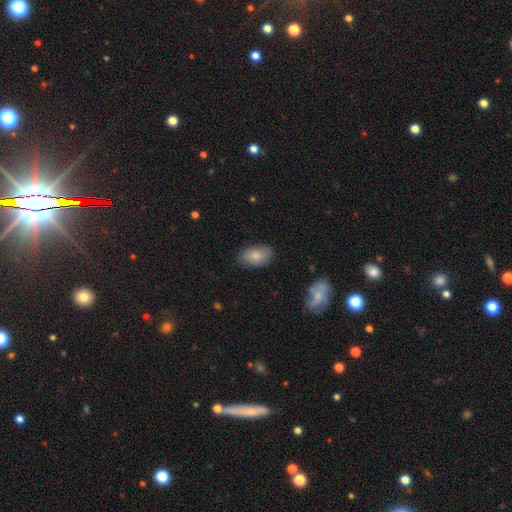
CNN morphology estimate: Smooth or featured? Predicted: smooth (p=0.82). How rounded? Predicted: in between (p=0.92). Merging? Predicted: none (p=0.84).